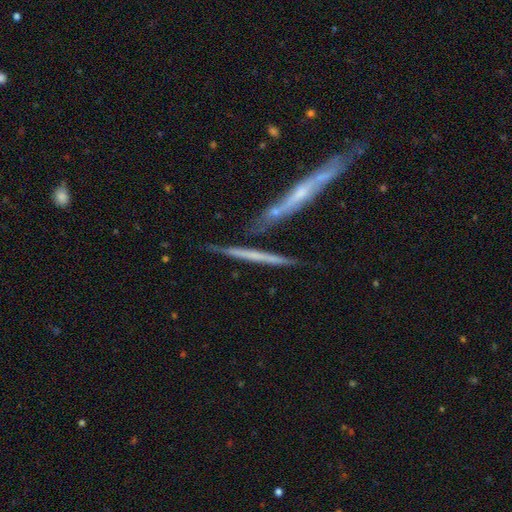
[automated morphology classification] This appears to be a featured or disk galaxy (58%) viewed edge-on (93%) with no central bulge (82%). Merging: none (68%).